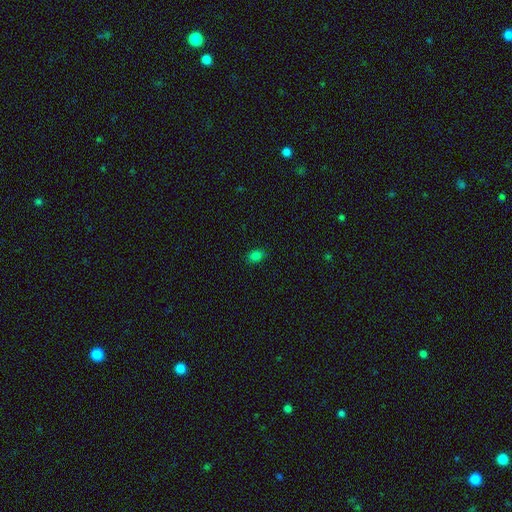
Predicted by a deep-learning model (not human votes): smooth-or-featured: smooth: 81% | star or artifact: 14% | featured or disk: 5%
  how-rounded: in between: 73% | round: 26% | cigar-shaped: 1%
  merging: none: 86% | minor disturbance: 10% | major disturbance: 2% | merger: 1%